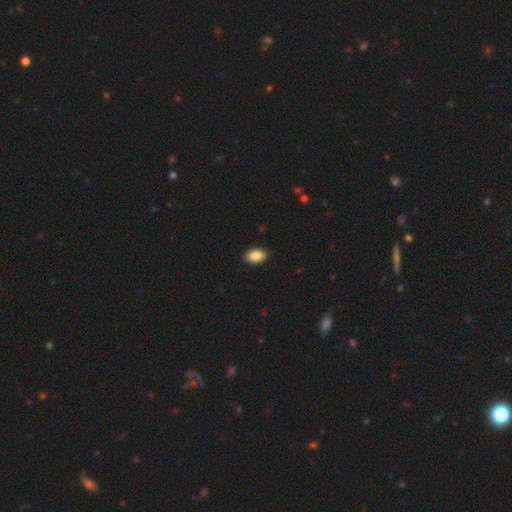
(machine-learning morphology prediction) The model was most divided on "smooth or featured": smooth: 88%, star or artifact: 7%, featured or disk: 4%. More confident: how rounded — in between (91%); merging — none (90%).